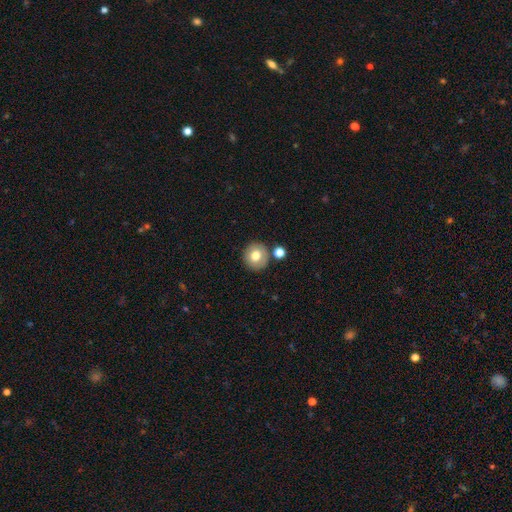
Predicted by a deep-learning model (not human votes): Q: Smooth or featured?
A: smooth (74%); runner-up: featured or disk (17%)
Q: How rounded?
A: round (90%); runner-up: in between (9%)
Q: Merging?
A: none (81%); runner-up: minor disturbance (9%)